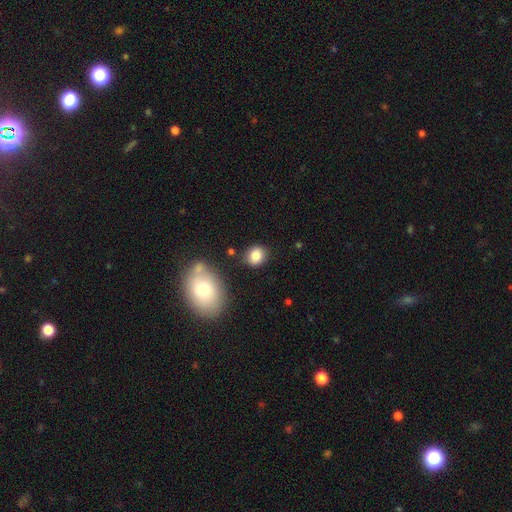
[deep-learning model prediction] The model was most divided on "how rounded": round: 63%, in between: 36%, cigar-shaped: 1%. More confident: smooth or featured — smooth (82%); merging — none (79%).